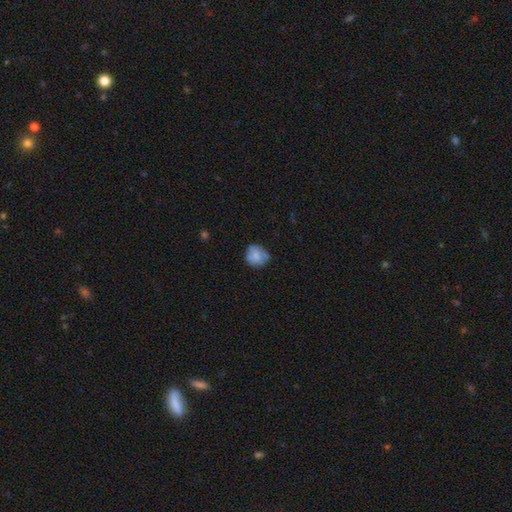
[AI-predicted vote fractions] Q: Smooth or featured?
A: smooth (73%); runner-up: featured or disk (18%)
Q: How rounded?
A: round (74%); runner-up: in between (25%)
Q: Merging?
A: none (64%); runner-up: minor disturbance (27%)